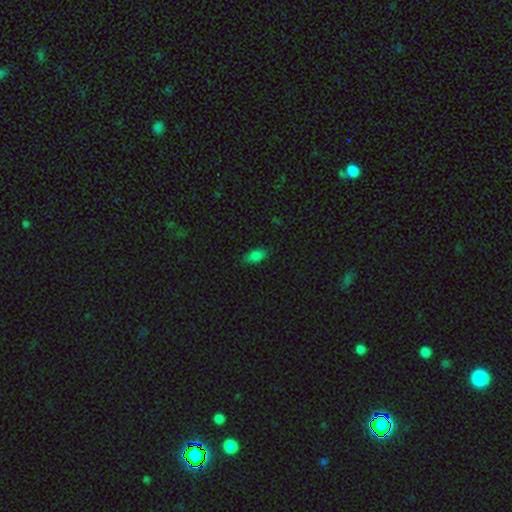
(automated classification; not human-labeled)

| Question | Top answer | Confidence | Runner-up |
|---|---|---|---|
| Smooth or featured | smooth | 81% | star or artifact (13%) |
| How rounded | in between | 89% | cigar-shaped (6%) |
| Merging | none | 81% | minor disturbance (15%) |